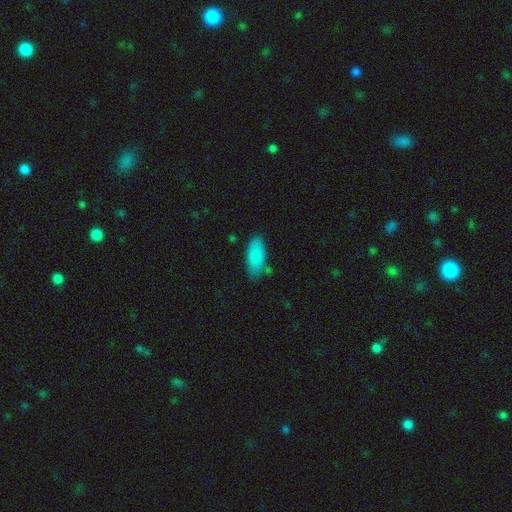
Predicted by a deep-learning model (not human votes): smooth 87%, featured or disk 7%, star or artifact 6%. Down the decision tree: how rounded — in between (87%); merging — none (70%).